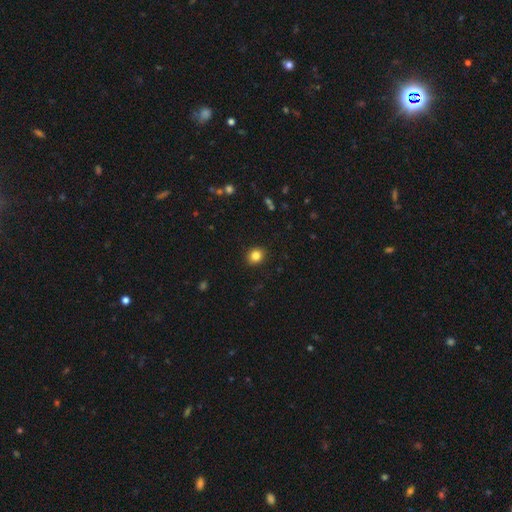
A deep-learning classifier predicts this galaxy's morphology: Smooth or featured: smooth — 84% (star or artifact — 11%)
How rounded: round — 73% (in between — 26%)
Merging: none — 91% (minor disturbance — 6%)